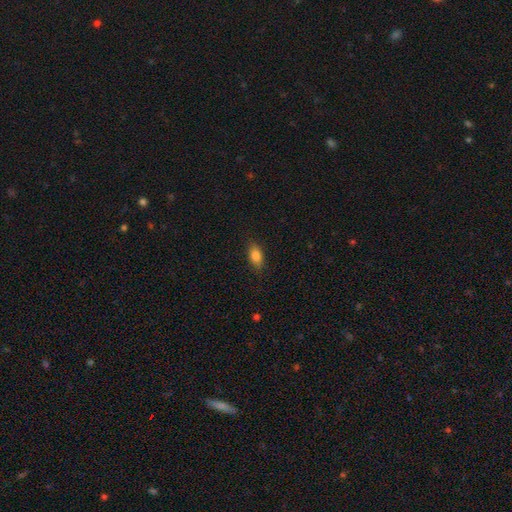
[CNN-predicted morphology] Smooth or featured? smooth (85%)
How rounded? in between (88%)
Merging? none (85%)